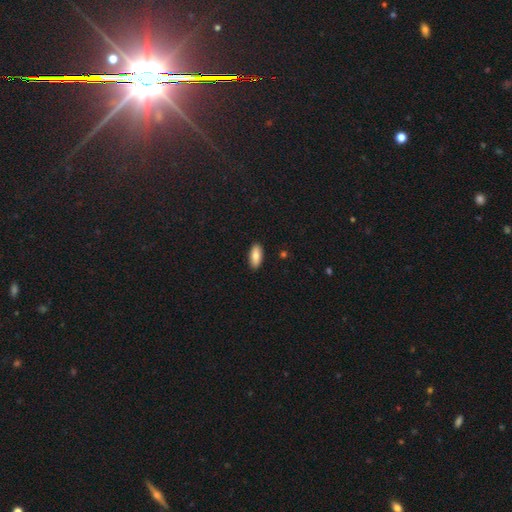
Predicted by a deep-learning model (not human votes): A smooth galaxy with no disk features (83%) that is in between round and cigar-shaped (85%). Merging: none (90%).